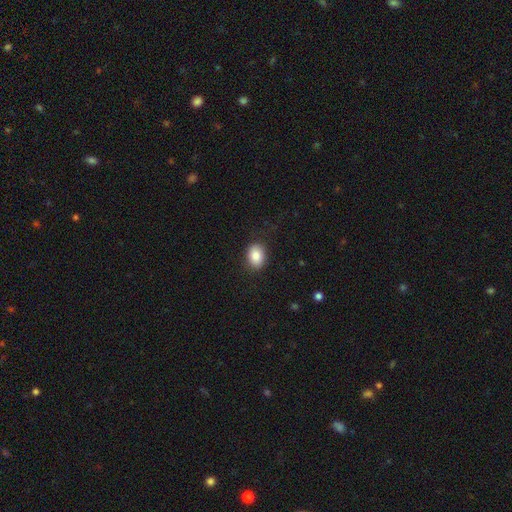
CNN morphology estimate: smooth 85%, star or artifact 8%, featured or disk 7%. Down the decision tree: how rounded — in between (67%); merging — none (85%).